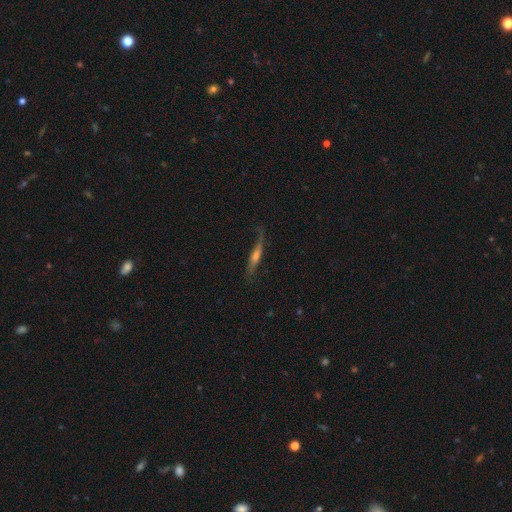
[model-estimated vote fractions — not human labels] This is likely a featured or disk galaxy (71%). It is clearly viewed edge-on (80%). Edge-on bulge: likely rounded (76%). Merging: likely none (69%).